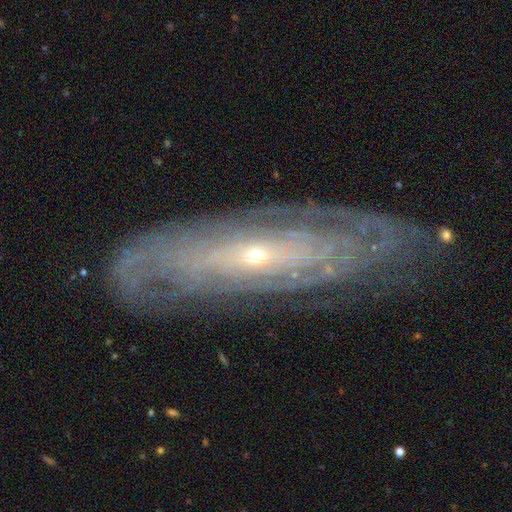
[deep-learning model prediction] A featured or disk galaxy (82%) with no bar (74%), tight (75%) spiral arms (82%) and a small central bulge (81%). Merging: none (75%).